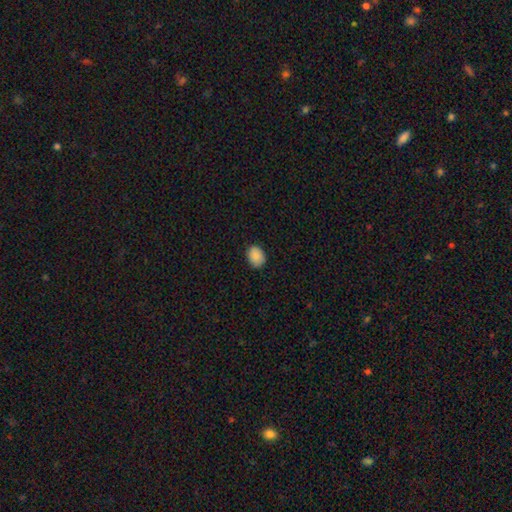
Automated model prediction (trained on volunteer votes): smooth_or_featured: smooth (p=0.89) [alt: star or artifact p=0.08]
how_rounded: in between (p=0.60) [alt: round p=0.39]
merging: none (p=0.88) [alt: minor disturbance p=0.09]